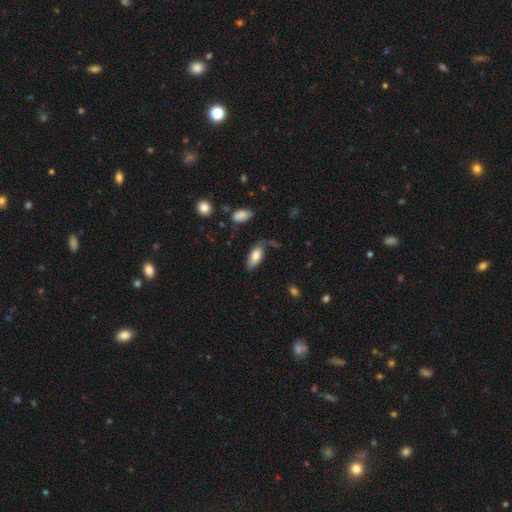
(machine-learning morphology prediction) Q: Smooth or featured?
A: smooth (76%); runner-up: featured or disk (17%)
Q: How rounded?
A: in between (89%); runner-up: cigar-shaped (8%)
Q: Merging?
A: none (56%); runner-up: minor disturbance (25%)